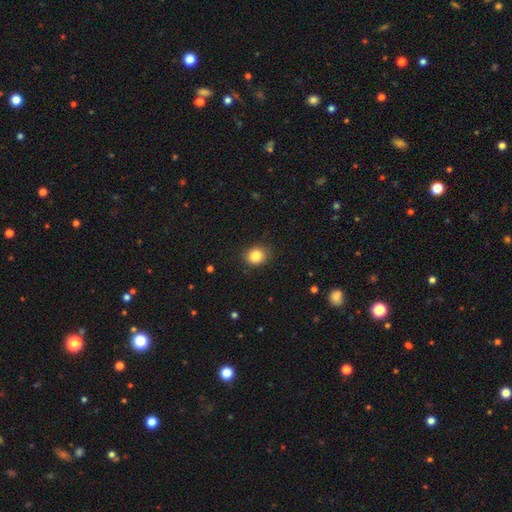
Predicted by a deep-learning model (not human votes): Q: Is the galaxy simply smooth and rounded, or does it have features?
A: smooth — 86%.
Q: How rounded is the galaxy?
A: round — 67%.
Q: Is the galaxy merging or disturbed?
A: none — 81%.